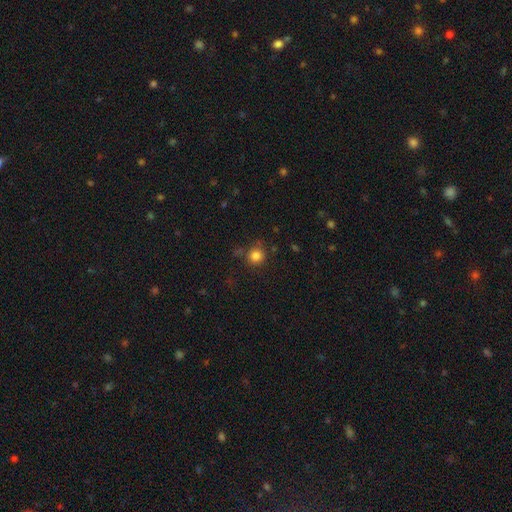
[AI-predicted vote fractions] This is clearly a smooth galaxy (82%). How rounded: clearly round (92%). Merging: likely none (77%).